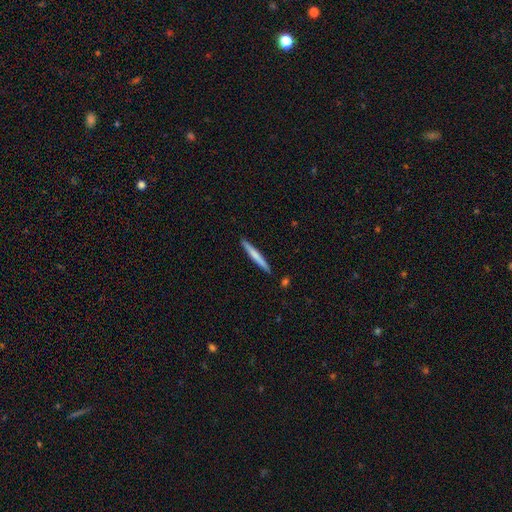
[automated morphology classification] Q: Smooth or featured?
A: smooth (63%); runner-up: featured or disk (32%)
Q: How rounded?
A: cigar-shaped (96%); runner-up: in between (2%)
Q: Merging?
A: none (91%); runner-up: minor disturbance (6%)